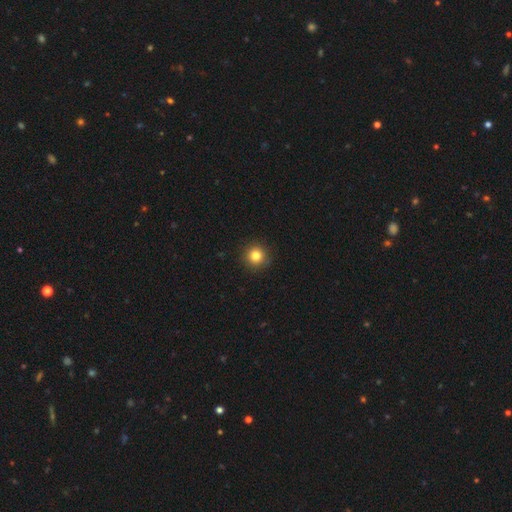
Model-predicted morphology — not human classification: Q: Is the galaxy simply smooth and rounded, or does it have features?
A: smooth — 82%.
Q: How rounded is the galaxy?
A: round — 95%.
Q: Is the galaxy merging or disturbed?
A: none — 91%.